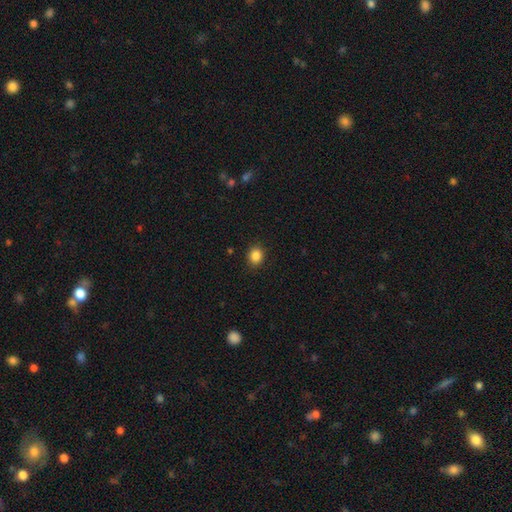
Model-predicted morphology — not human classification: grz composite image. It shows a smooth galaxy with no disk features (87%) that is round (61%). Merging: none (89%).